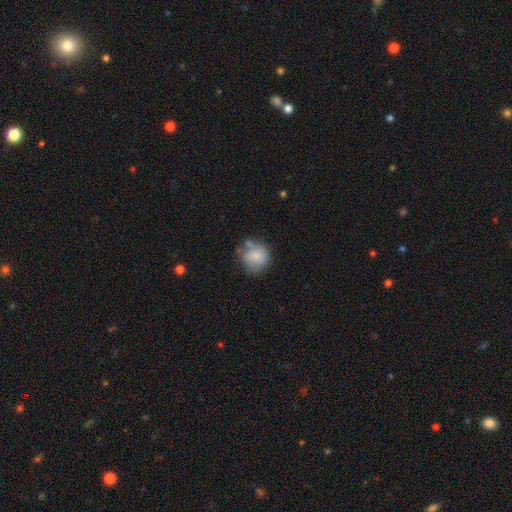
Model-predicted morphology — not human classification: A smooth galaxy with no disk features (77%) that is round (83%).

Vote fractions:
- Smooth or featured? smooth: 77% / featured or disk: 15% / star or artifact: 9%
- How rounded? round: 83% / in between: 16% / cigar-shaped: 1%
- Merging? none: 52% / minor disturbance: 26% / merger: 13% / major disturbance: 9%